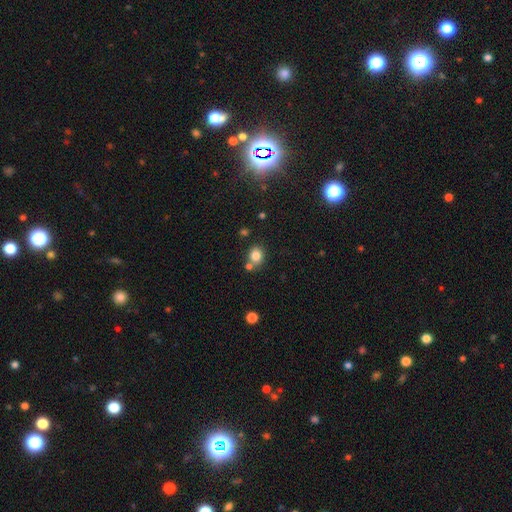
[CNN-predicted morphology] Overall: smooth (81%). How rounded: round (67%; in between 32%). Merging: none (63%).